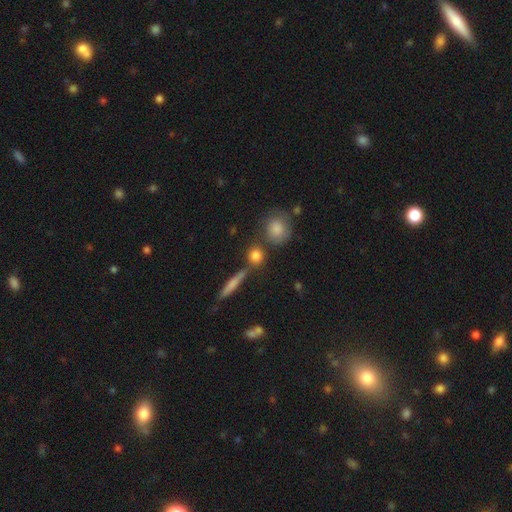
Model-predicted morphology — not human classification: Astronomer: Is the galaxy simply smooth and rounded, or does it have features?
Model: smooth — 79%.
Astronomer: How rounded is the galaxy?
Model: round — 80%.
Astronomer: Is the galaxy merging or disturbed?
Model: none — 67%.